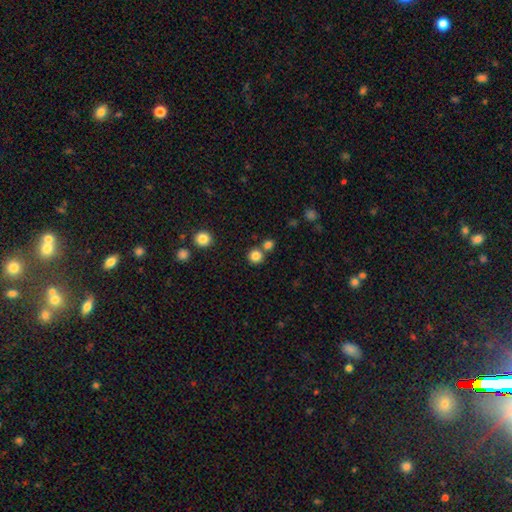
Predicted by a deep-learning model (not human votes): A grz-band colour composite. It shows a smooth galaxy with no disk features (83%) that is round (93%). Merging: none (74%).